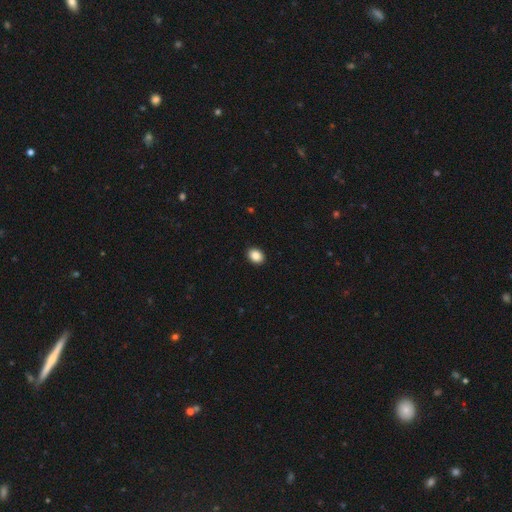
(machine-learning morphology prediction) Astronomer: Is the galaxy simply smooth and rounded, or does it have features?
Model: smooth — 88%.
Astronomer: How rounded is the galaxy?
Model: in between — 66%.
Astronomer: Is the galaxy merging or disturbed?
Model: none — 92%.